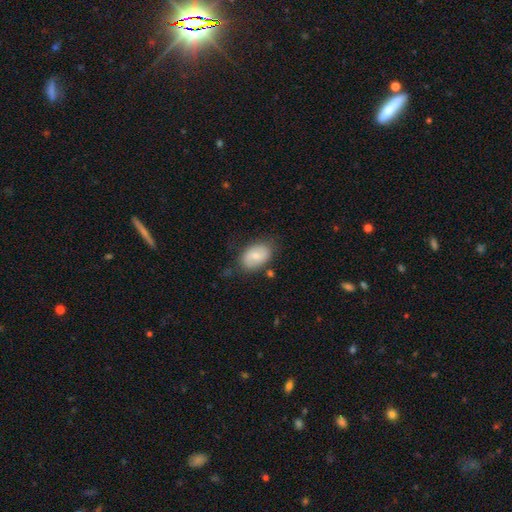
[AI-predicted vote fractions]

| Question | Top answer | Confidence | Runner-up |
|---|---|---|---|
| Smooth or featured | smooth | 68% | featured or disk (25%) |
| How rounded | in between | 87% | round (12%) |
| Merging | none | 72% | minor disturbance (20%) |